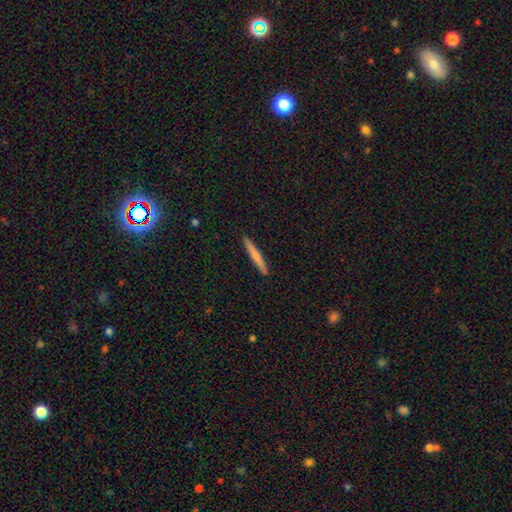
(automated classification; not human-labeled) Smooth or featured?
  - smooth: 67% *
  - featured or disk: 28%
  - star or artifact: 5%
How rounded?
  - cigar-shaped: 96% *
  - in between: 3%
  - round: 1%
Merging?
  - none: 92% *
  - minor disturbance: 6%
  - major disturbance: 1%
  - merger: 1%